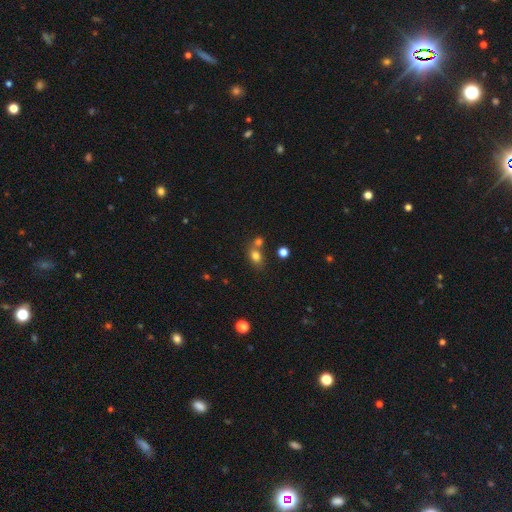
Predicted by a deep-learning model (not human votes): smooth_or_featured: smooth (p=0.78) [alt: star or artifact p=0.13]
how_rounded: in between (p=0.59) [alt: round p=0.40]
merging: none (p=0.50) [alt: merger p=0.35]